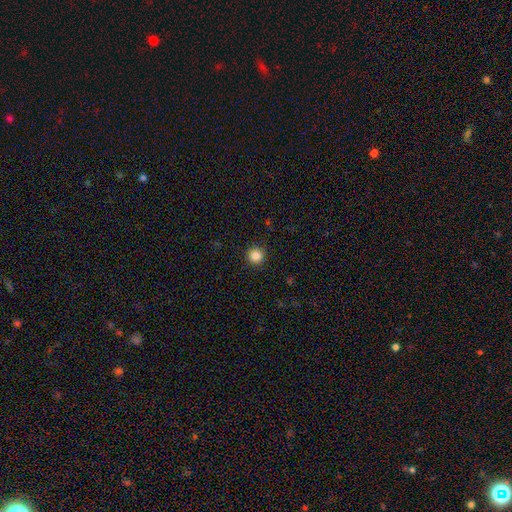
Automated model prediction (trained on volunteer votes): This appears to be a smooth galaxy with no disk features (86%) that is round (96%). Merging: none (92%).